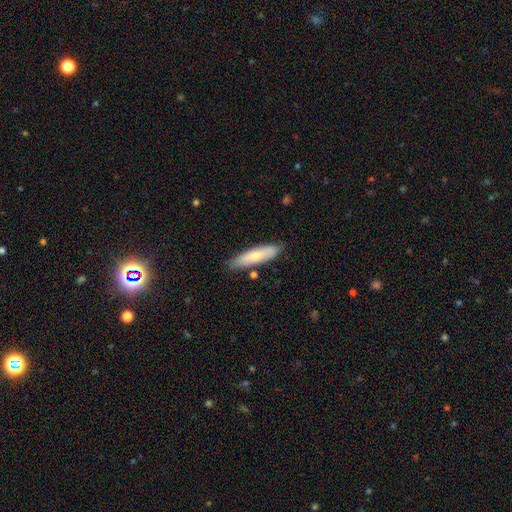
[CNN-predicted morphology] Smooth or featured?
  - smooth: 68% *
  - featured or disk: 26%
  - star or artifact: 6%
How rounded?
  - cigar-shaped: 68% *
  - in between: 31%
  - round: 2%
Merging?
  - none: 79% *
  - minor disturbance: 15%
  - merger: 3%
  - major disturbance: 2%